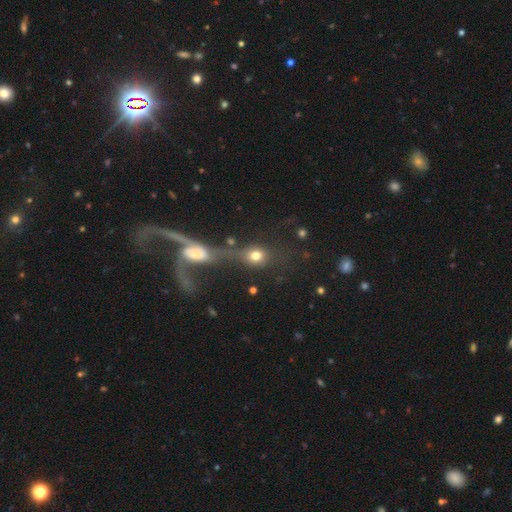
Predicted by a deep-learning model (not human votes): smooth 69%, featured or disk 18%, star or artifact 13%. Down the decision tree: how rounded — round (69%); merging — merger (46%).